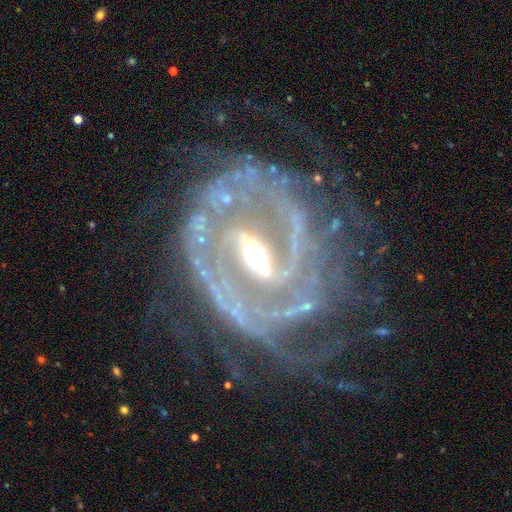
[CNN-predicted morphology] Overall: featured or disk (93%). Edge-on disk: no (96%). Bar: strong (63%; weak 28%). Spiral arms: yes (97%). Spiral arm count: 2 (63%). Spiral winding: medium (44%; tight 39%). Bulge size: moderate (57%; small 35%). Merging: none (61%).